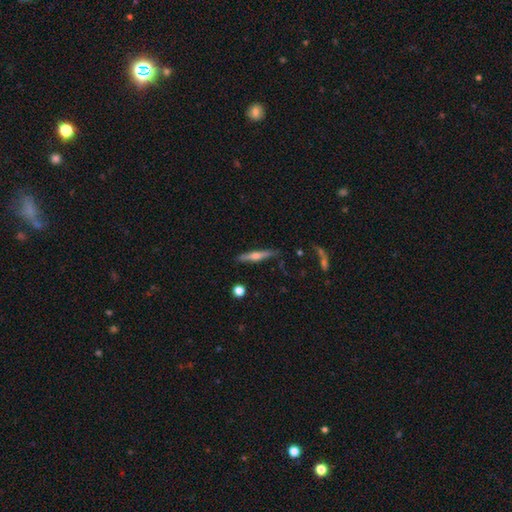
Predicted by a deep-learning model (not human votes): Smooth or featured: featured or disk — 59% (smooth — 35%)
Edge-on disk: yes — 96% (no — 4%)
Edge-on bulge: rounded — 86% (none — 9%)
Merging: none — 86% (minor disturbance — 10%)